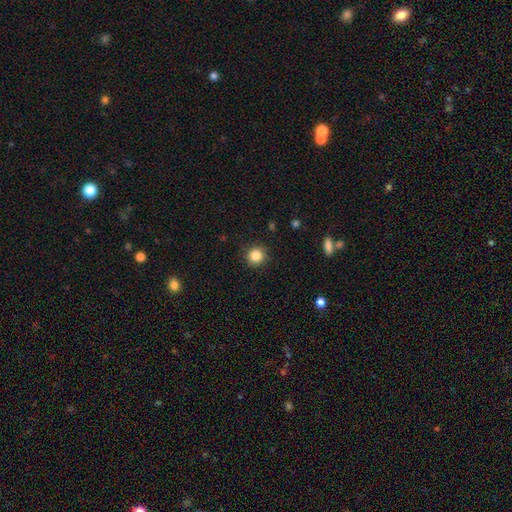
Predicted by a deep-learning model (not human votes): smooth_or_featured: smooth (p=0.84) [alt: star or artifact p=0.11]
how_rounded: round (p=0.92) [alt: in between p=0.07]
merging: none (p=0.91) [alt: minor disturbance p=0.06]